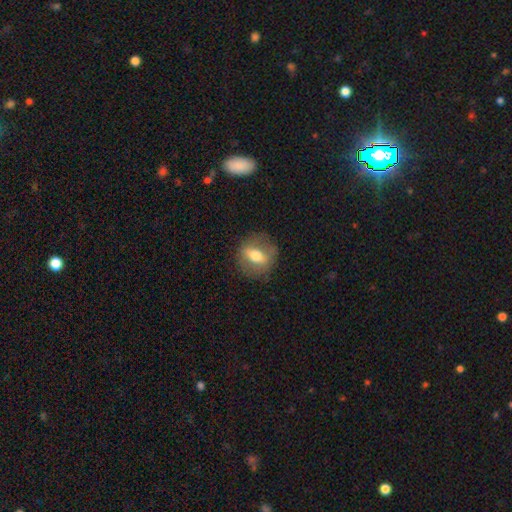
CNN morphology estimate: This is possibly a featured or disk galaxy (46%, tied with smooth). Merging: clearly none (82%).